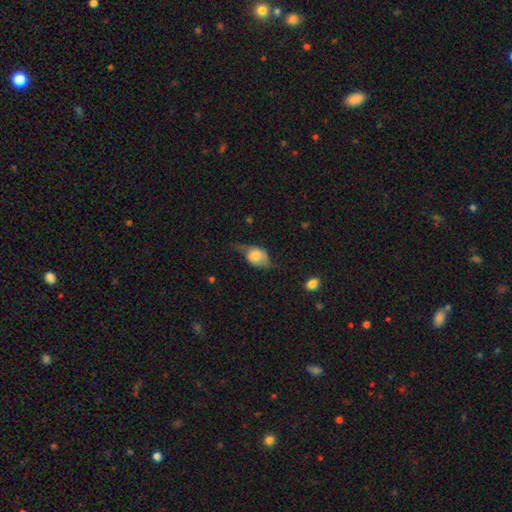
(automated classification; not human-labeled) A smooth galaxy with no disk features (51%) that is in between round and cigar-shaped (63%).

Vote fractions:
- Smooth or featured? smooth: 51% / featured or disk: 41% / star or artifact: 8%
- How rounded? in between: 63% / round: 34% / cigar-shaped: 3%
- Merging? none: 36% / minor disturbance: 35% / major disturbance: 26% / merger: 3%